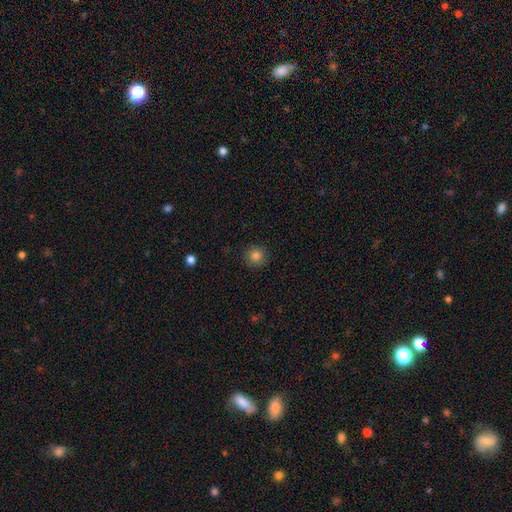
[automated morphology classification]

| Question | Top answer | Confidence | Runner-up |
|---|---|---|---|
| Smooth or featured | smooth | 83% | star or artifact (11%) |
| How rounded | round | 93% | in between (6%) |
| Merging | none | 91% | minor disturbance (6%) |